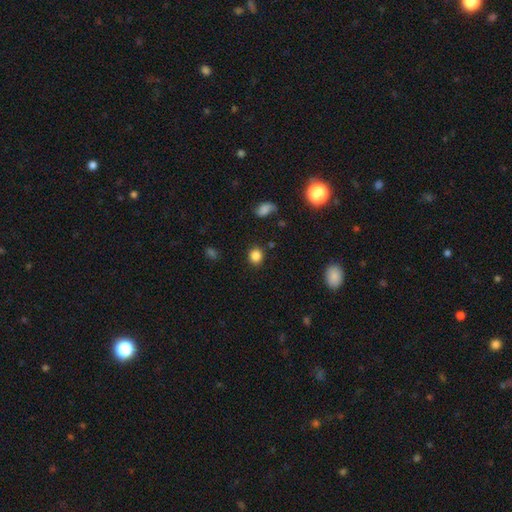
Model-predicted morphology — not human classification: This is clearly a smooth galaxy (85%). How rounded: clearly round (82%). Merging: clearly none (87%).